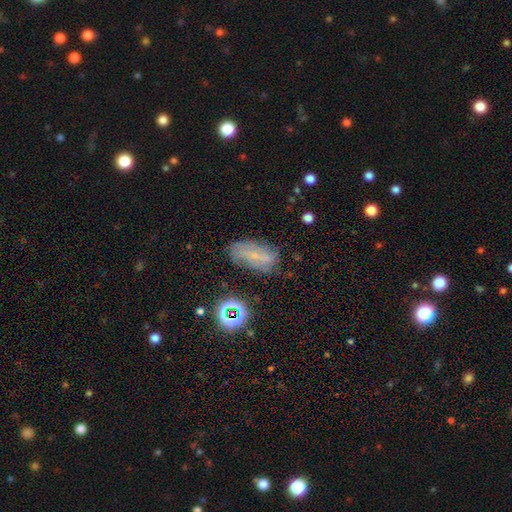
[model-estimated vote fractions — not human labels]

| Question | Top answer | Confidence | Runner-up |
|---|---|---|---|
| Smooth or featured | featured or disk | 45% | smooth (34%) |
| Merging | none | 64% | minor disturbance (23%) |